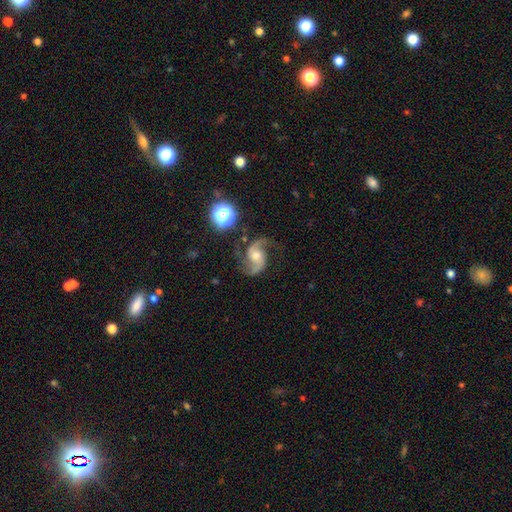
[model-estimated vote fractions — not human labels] featured or disk 88%, star or artifact 7%, smooth 6%. Down the decision tree: edge-on disk — no (98%); bar — no (58%); spiral arms — yes (98%); spiral arm count — 2 (92%); spiral winding — loose (52%); bulge size — moderate (61%); merging — none (70%).